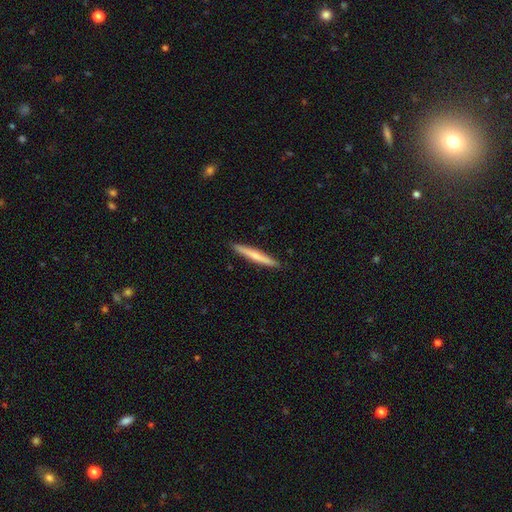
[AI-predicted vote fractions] Smooth or featured? Predicted: smooth (p=0.60). How rounded? Predicted: cigar-shaped (p=0.96). Merging? Predicted: none (p=0.92).